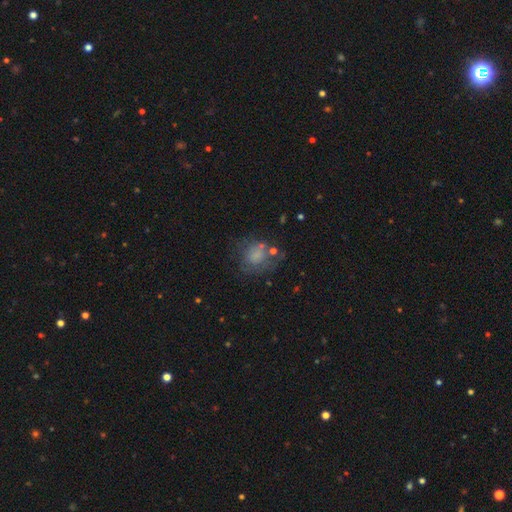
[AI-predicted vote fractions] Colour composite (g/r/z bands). It shows a smooth galaxy with no disk features (59%) that is round (66%). Merging: none (48%).